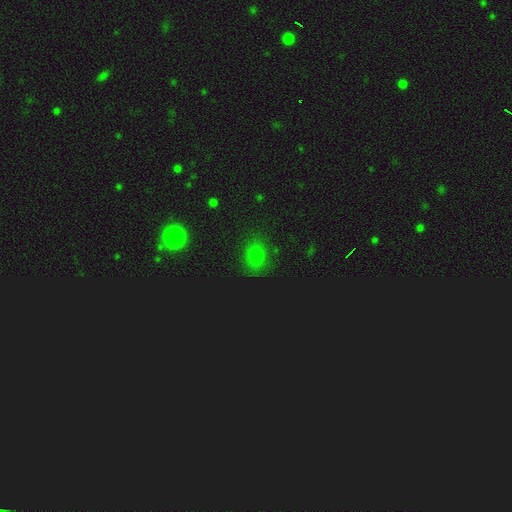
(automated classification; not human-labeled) smooth_or_featured: smooth (p=0.71) [alt: star or artifact p=0.22]
how_rounded: round (p=0.62) [alt: in between p=0.36]
merging: none (p=0.82) [alt: minor disturbance p=0.13]